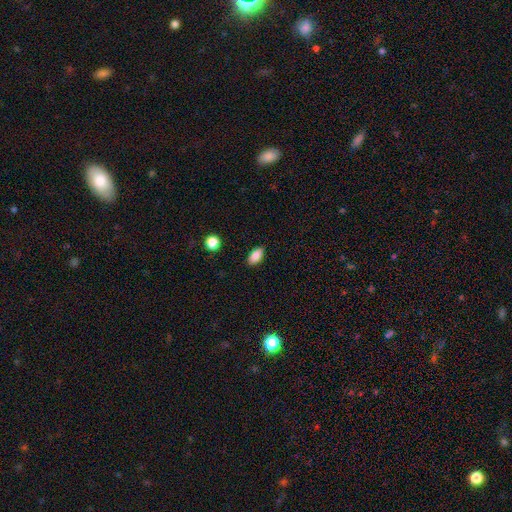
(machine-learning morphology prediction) Smooth or featured: smooth — 87% (star or artifact — 8%)
How rounded: in between — 90% (cigar-shaped — 6%)
Merging: none — 87% (minor disturbance — 10%)